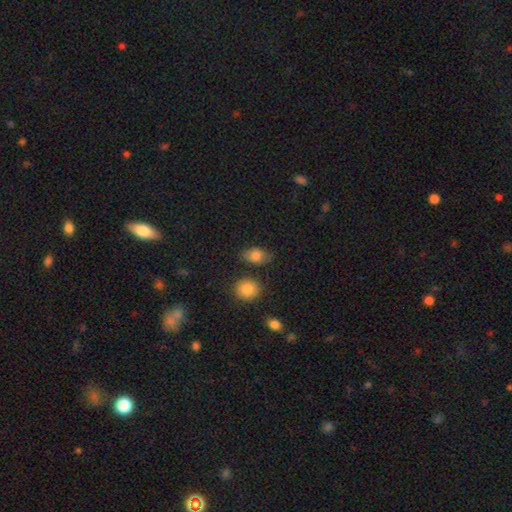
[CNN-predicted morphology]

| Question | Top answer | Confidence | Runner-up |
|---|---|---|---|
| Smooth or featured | smooth | 81% | featured or disk (11%) |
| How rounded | in between | 81% | round (17%) |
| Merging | none | 74% | minor disturbance (17%) |